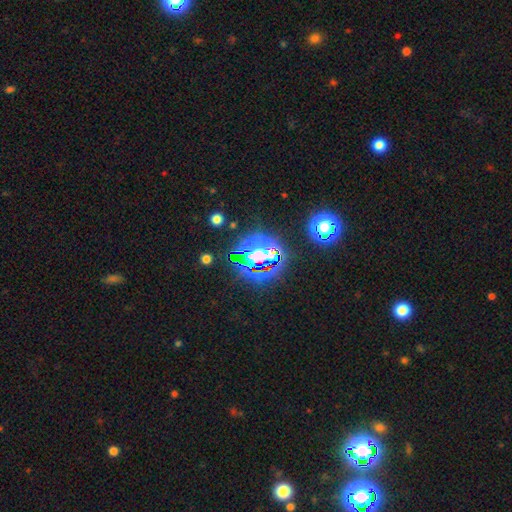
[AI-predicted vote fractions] smooth_or_featured: star or artifact (p=0.64) [alt: smooth p=0.23]